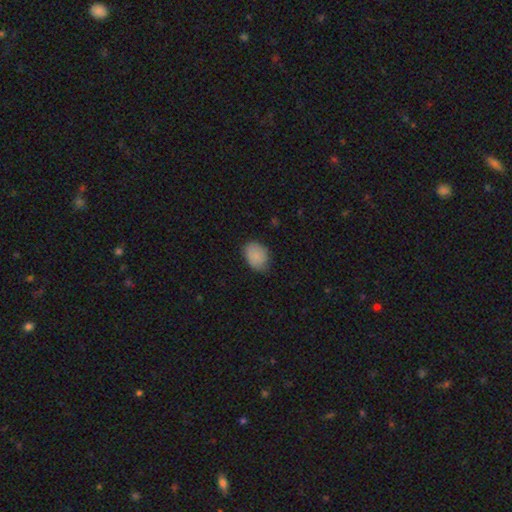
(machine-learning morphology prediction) Smooth or featured? smooth (84%)
How rounded? in between (72%)
Merging? none (64%)